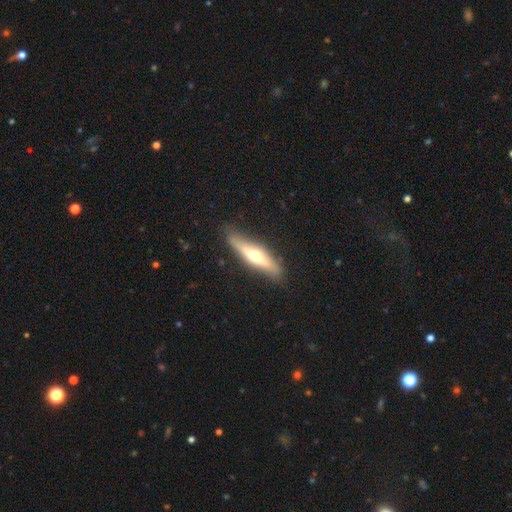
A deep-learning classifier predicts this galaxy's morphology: The model was most divided on "smooth or featured": featured or disk: 58%, smooth: 36%, star or artifact: 5%. More confident: edge-on bulge — rounded (89%); edge-on disk — yes (88%); merging — none (83%).